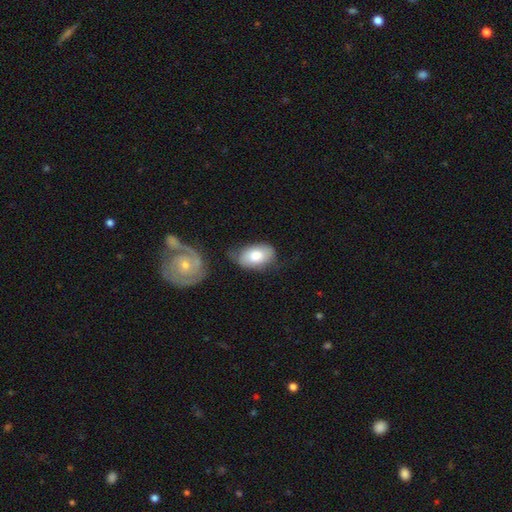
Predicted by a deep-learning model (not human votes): A smooth galaxy with no disk features (73%) that is in between round and cigar-shaped (92%). Merging: none (55%).